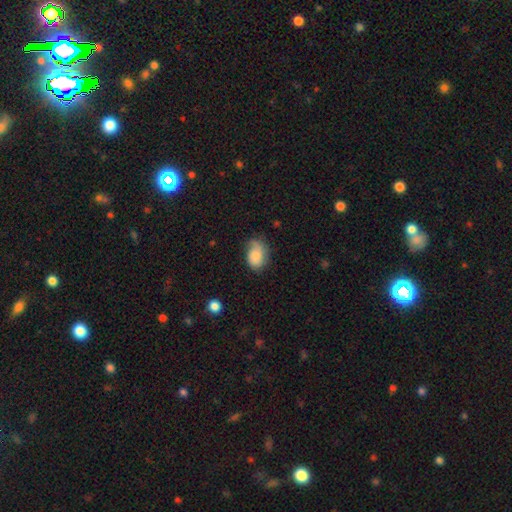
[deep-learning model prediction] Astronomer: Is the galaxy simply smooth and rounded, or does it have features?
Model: smooth — 68%.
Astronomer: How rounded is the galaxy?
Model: in between — 79%.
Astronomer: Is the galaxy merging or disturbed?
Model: none — 50% (runner-up: minor disturbance, 33%).